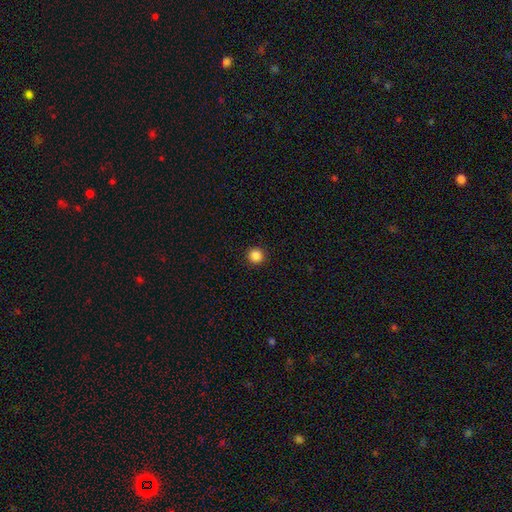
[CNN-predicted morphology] A smooth galaxy with no disk features (86%) that is round (95%). Merging: none (93%).